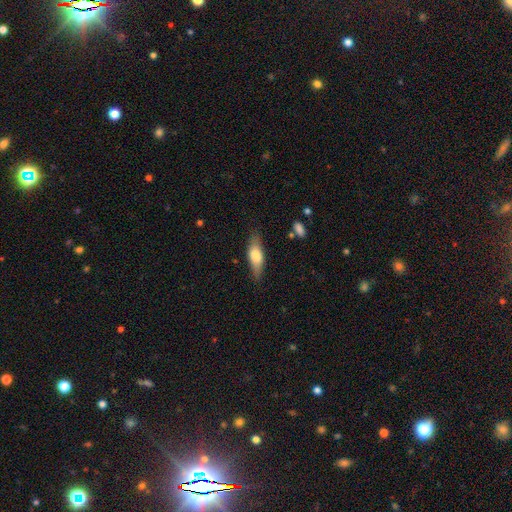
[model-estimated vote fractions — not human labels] This is likely a smooth galaxy (64%). How rounded: possibly in between (56%). Merging: likely none (78%).